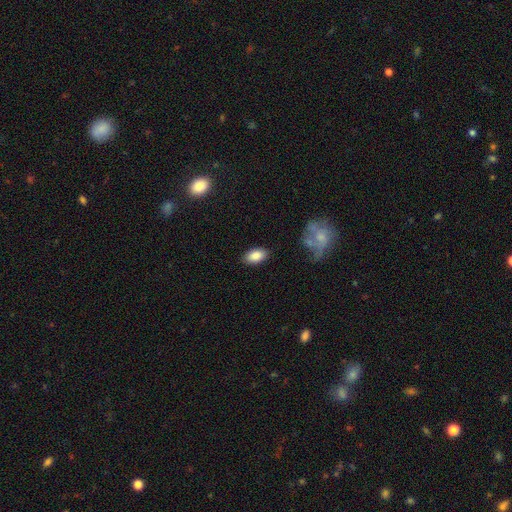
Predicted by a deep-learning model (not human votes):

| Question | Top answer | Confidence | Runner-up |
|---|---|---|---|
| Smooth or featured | smooth | 87% | star or artifact (7%) |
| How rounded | in between | 92% | round (6%) |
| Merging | none | 86% | minor disturbance (10%) |